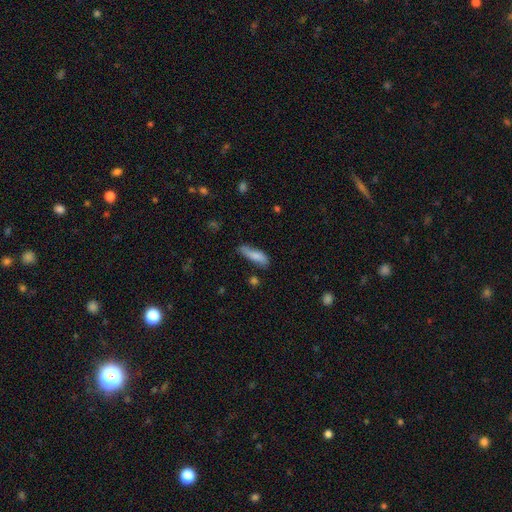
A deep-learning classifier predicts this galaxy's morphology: Smooth or featured: smooth — 79% (featured or disk — 14%)
How rounded: cigar-shaped — 59% (in between — 39%)
Merging: none — 59% (minor disturbance — 28%)